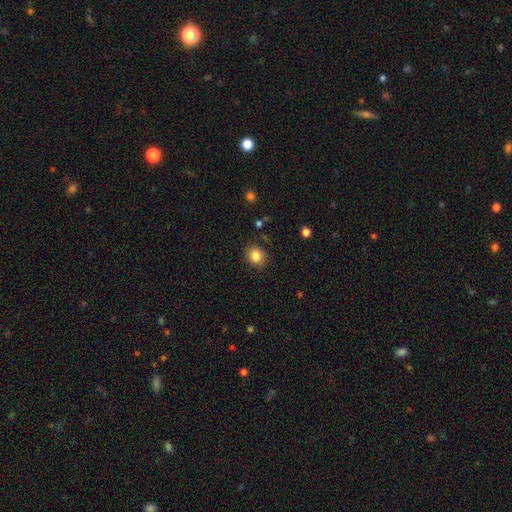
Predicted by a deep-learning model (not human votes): A smooth galaxy with no disk features (85%) that is round (75%).

Vote fractions:
- Smooth or featured? smooth: 85% / star or artifact: 10% / featured or disk: 5%
- How rounded? round: 75% / in between: 24% / cigar-shaped: 1%
- Merging? none: 87% / minor disturbance: 8% / major disturbance: 3% / merger: 2%